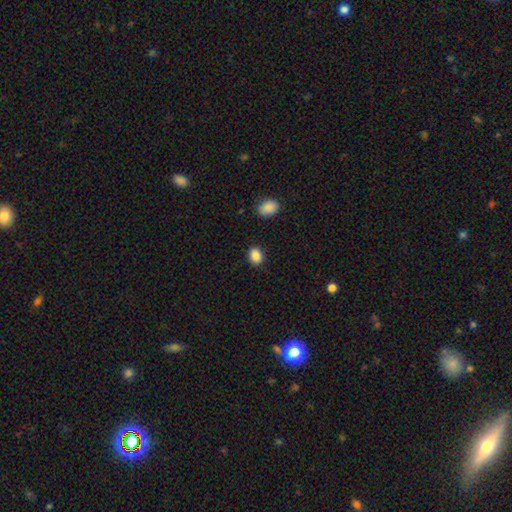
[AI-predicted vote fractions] Smooth or featured?
  - smooth: 88% *
  - star or artifact: 9%
  - featured or disk: 3%
How rounded?
  - in between: 60% *
  - round: 39%
  - cigar-shaped: 1%
Merging?
  - none: 87% *
  - minor disturbance: 9%
  - major disturbance: 2%
  - merger: 2%